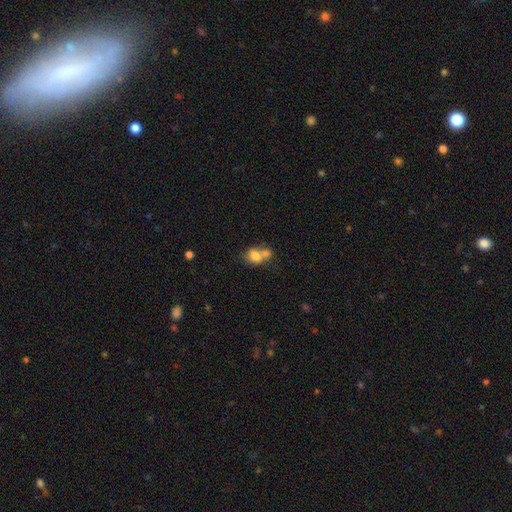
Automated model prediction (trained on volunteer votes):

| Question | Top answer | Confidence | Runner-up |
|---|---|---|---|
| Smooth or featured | smooth | 75% | featured or disk (16%) |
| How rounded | in between | 56% | round (43%) |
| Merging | merger | 59% | none (26%) |